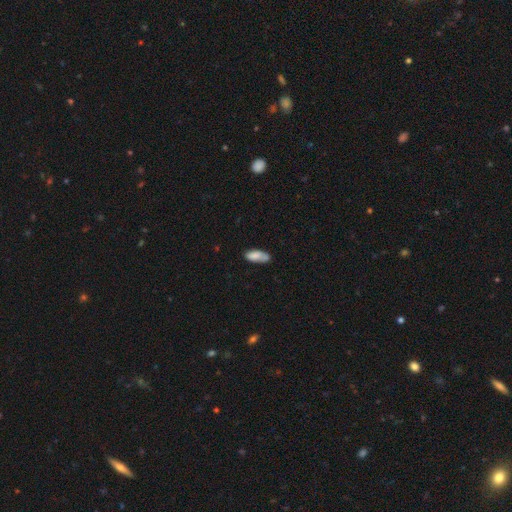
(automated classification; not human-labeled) A smooth galaxy with no disk features (81%) that is in between round and cigar-shaped (78%).

Vote fractions:
- Smooth or featured? smooth: 81% / featured or disk: 12% / star or artifact: 7%
- How rounded? in between: 78% / cigar-shaped: 20% / round: 2%
- Merging? none: 61% / minor disturbance: 27% / major disturbance: 6% / merger: 6%